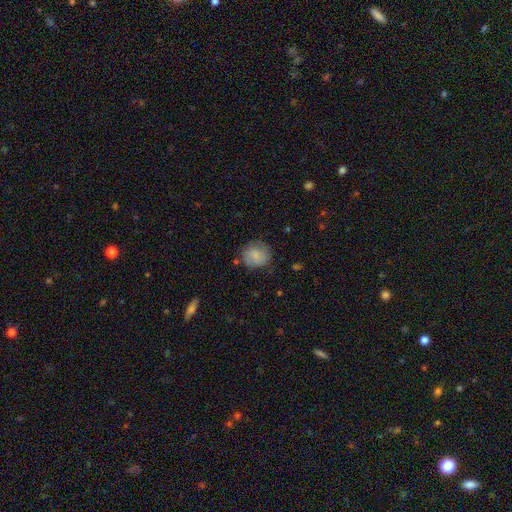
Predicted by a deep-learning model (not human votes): Smooth or featured? smooth (75%)
How rounded? round (83%)
Merging? none (75%)